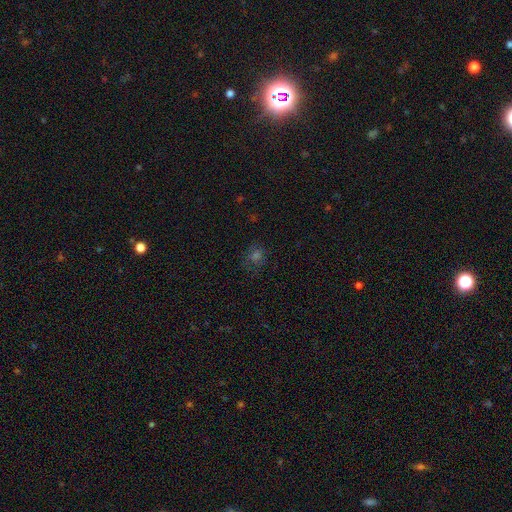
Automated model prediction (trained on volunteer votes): smooth-or-featured: smooth: 57% | star or artifact: 31% | featured or disk: 12%
  how-rounded: round: 79% | in between: 20% | cigar-shaped: 1%
  merging: none: 79% | minor disturbance: 14% | major disturbance: 5% | merger: 2%